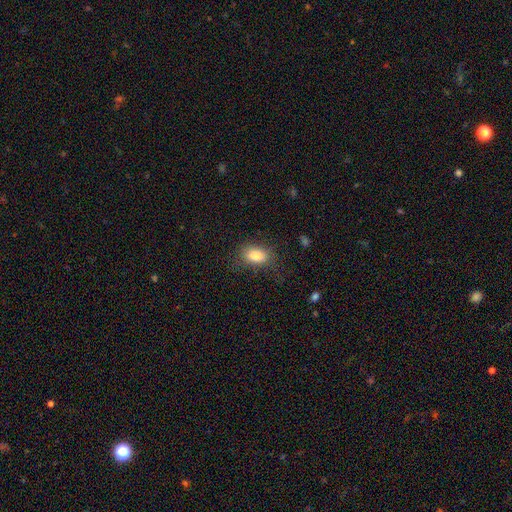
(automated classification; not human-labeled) The model was most divided on "merging": none: 75%, minor disturbance: 16%, major disturbance: 7%, merger: 1%. More confident: how rounded — in between (85%); smooth or featured — smooth (83%).